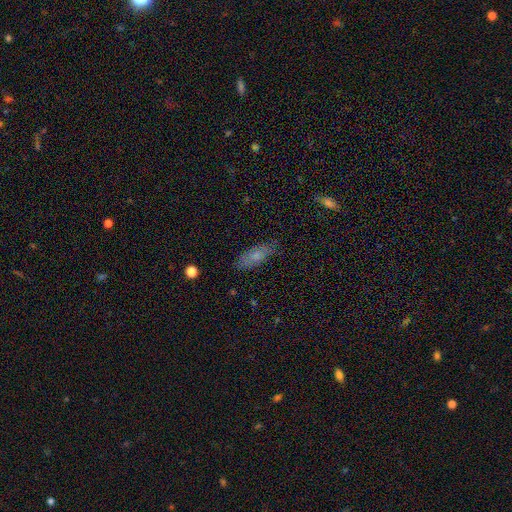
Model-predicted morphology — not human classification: Smooth or featured: smooth — 67% (featured or disk — 24%)
How rounded: in between — 69% (cigar-shaped — 28%)
Merging: none — 76% (minor disturbance — 19%)